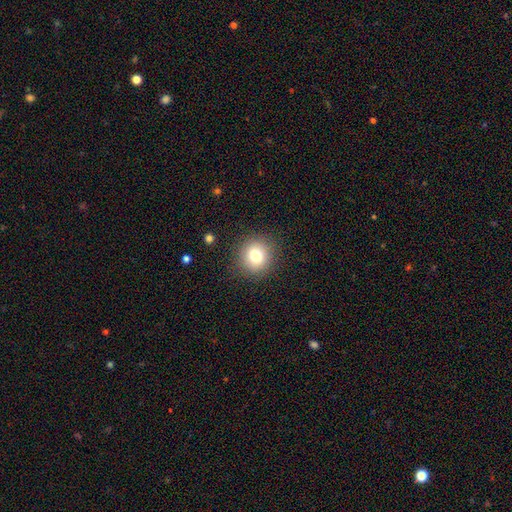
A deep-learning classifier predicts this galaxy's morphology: Smooth or featured? smooth (78%)
How rounded? round (89%)
Merging? none (88%)